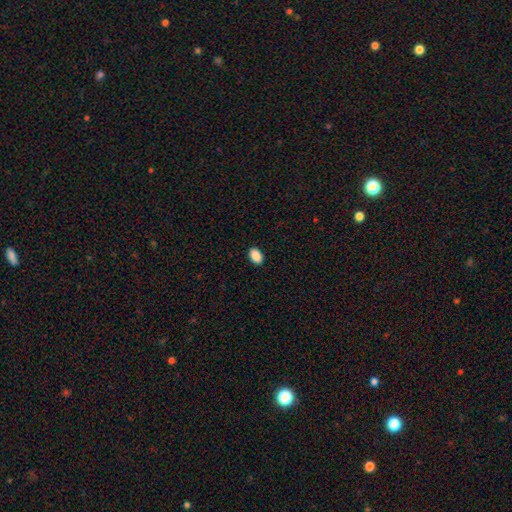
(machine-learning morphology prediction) This appears to be a smooth galaxy with no disk features (90%) that is in between round and cigar-shaped (89%). Merging: none (90%).